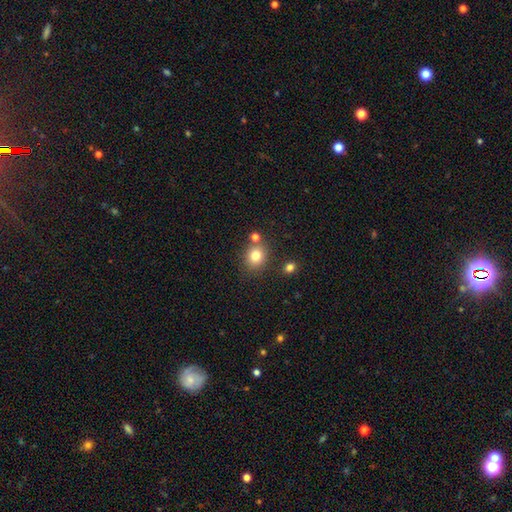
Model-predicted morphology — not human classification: Smooth or featured? smooth (80%)
How rounded? round (72%)
Merging? none (75%)